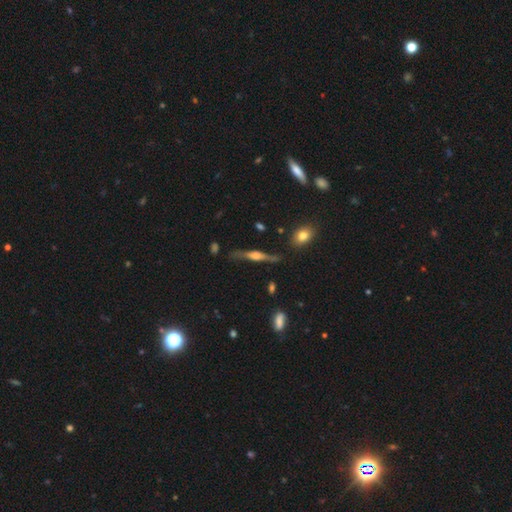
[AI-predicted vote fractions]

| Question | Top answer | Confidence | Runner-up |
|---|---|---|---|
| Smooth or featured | featured or disk | 69% | smooth (24%) |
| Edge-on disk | yes | 93% | no (7%) |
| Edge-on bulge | rounded | 68% | boxy (26%) |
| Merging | none | 73% | minor disturbance (18%) |